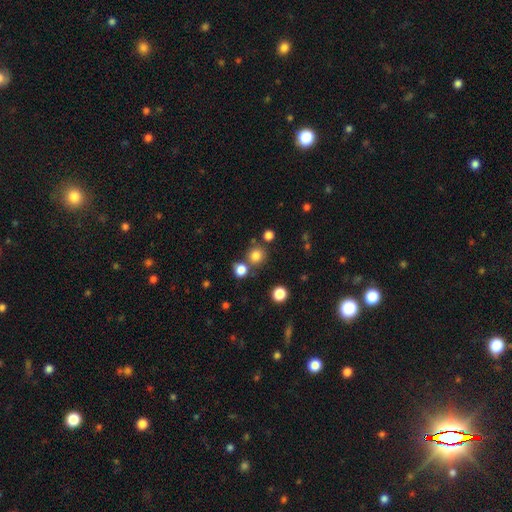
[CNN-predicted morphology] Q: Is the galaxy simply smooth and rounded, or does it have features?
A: smooth — 79%.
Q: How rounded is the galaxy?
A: round — 91%.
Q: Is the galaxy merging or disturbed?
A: none — 74%.